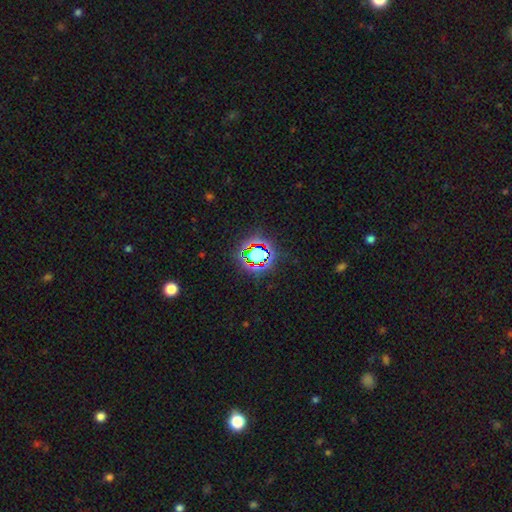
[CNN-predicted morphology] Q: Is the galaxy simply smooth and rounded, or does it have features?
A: star or artifact — 68%.